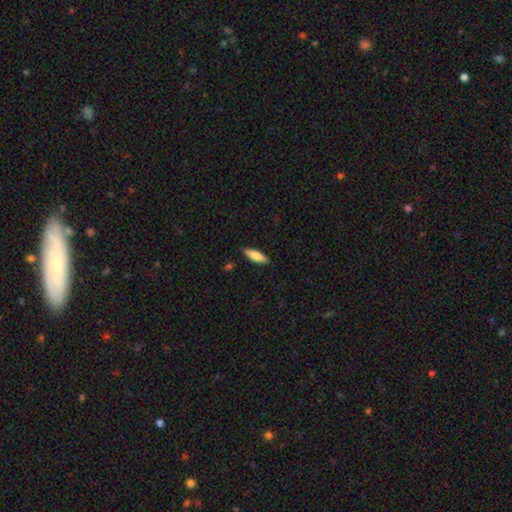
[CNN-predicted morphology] A smooth galaxy with no disk features (78%) that is cigar-shaped (50%).

Vote fractions:
- Smooth or featured? smooth: 78% / featured or disk: 16% / star or artifact: 6%
- How rounded? cigar-shaped: 50% / in between: 48% / round: 2%
- Merging? none: 87% / minor disturbance: 10% / major disturbance: 2% / merger: 1%